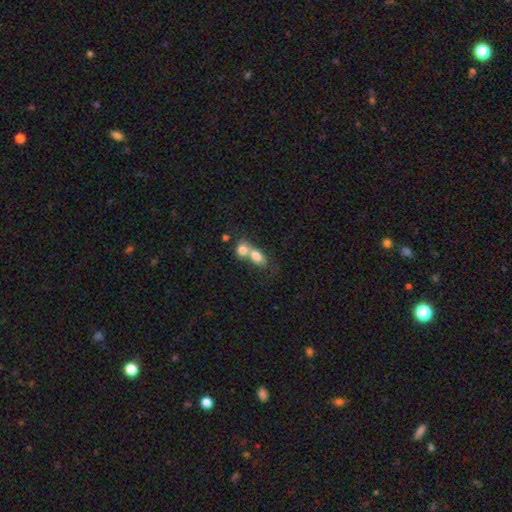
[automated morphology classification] type=smooth (76%); roundness=in between (72%); merging=merger (72%).